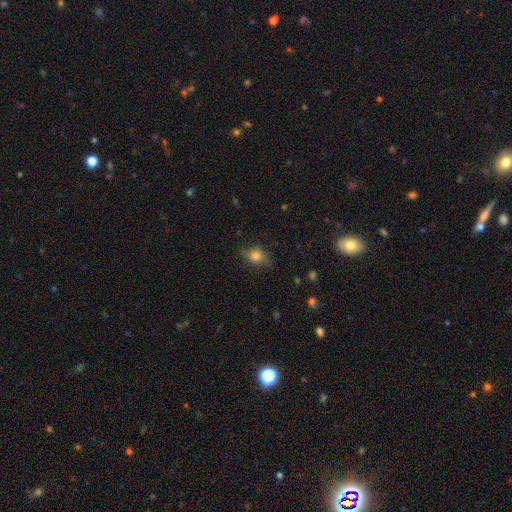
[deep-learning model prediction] Smooth or featured?
  - smooth: 78% *
  - featured or disk: 12%
  - star or artifact: 10%
How rounded?
  - in between: 52% *
  - round: 46%
  - cigar-shaped: 2%
Merging?
  - none: 69% *
  - minor disturbance: 23%
  - major disturbance: 6%
  - merger: 1%